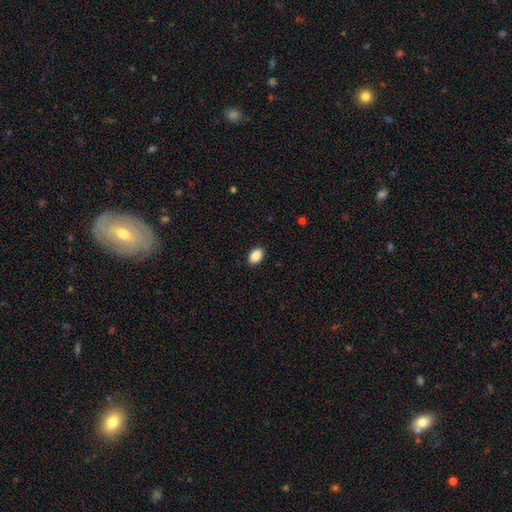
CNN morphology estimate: A smooth galaxy with no disk features (89%) that is in between round and cigar-shaped (88%). Merging: none (90%).